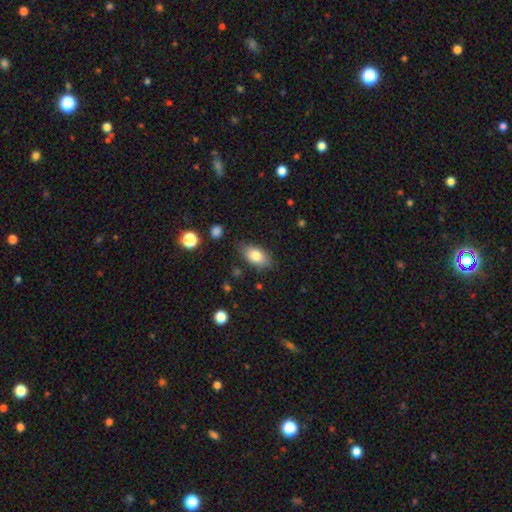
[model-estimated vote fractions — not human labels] Morphology: type=smooth (80%); roundness=in between (91%); merging=none (81%).